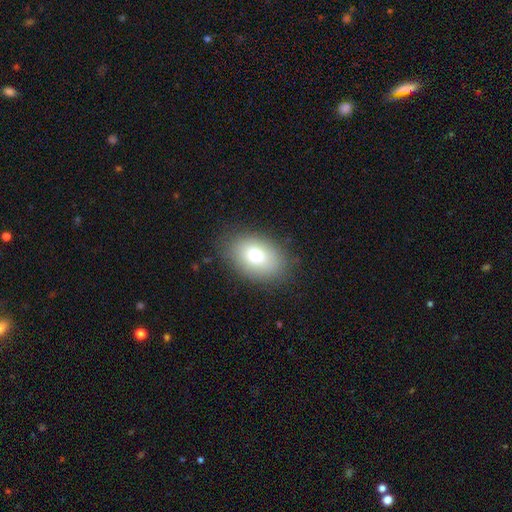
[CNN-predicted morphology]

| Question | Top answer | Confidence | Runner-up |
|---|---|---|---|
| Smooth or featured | smooth | 75% | featured or disk (14%) |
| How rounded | in between | 78% | round (21%) |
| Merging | none | 84% | minor disturbance (11%) |